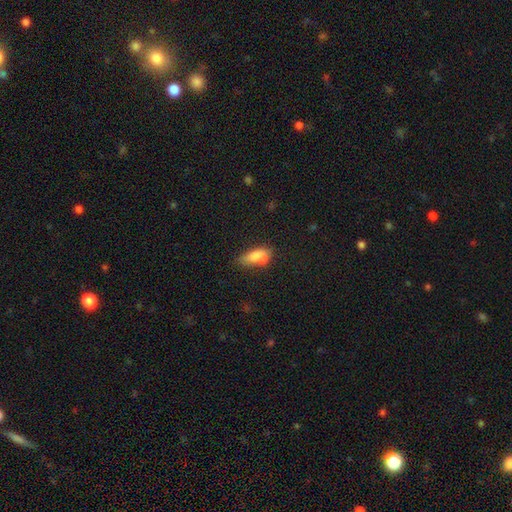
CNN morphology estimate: Q: Smooth or featured?
A: smooth (73%); runner-up: featured or disk (17%)
Q: How rounded?
A: in between (73%); runner-up: cigar-shaped (22%)
Q: Merging?
A: none (34%); runner-up: merger (31%)